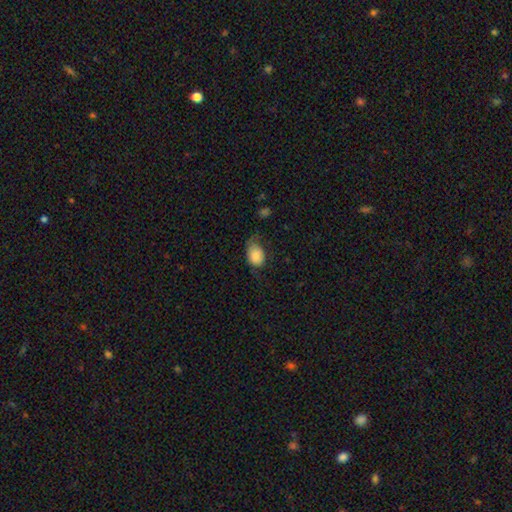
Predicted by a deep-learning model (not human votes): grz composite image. It shows a smooth galaxy with no disk features (84%) that is in between round and cigar-shaped (79%). Merging: none (40%).